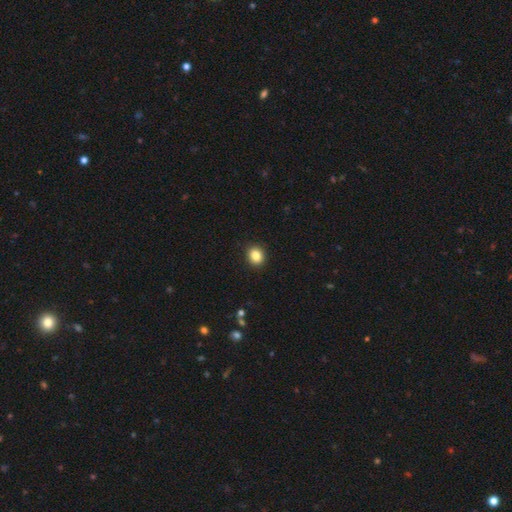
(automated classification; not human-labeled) smooth-or-featured: smooth: 84% | star or artifact: 10% | featured or disk: 5%
  how-rounded: round: 73% | in between: 26% | cigar-shaped: 1%
  merging: none: 92% | minor disturbance: 5% | major disturbance: 2% | merger: 1%